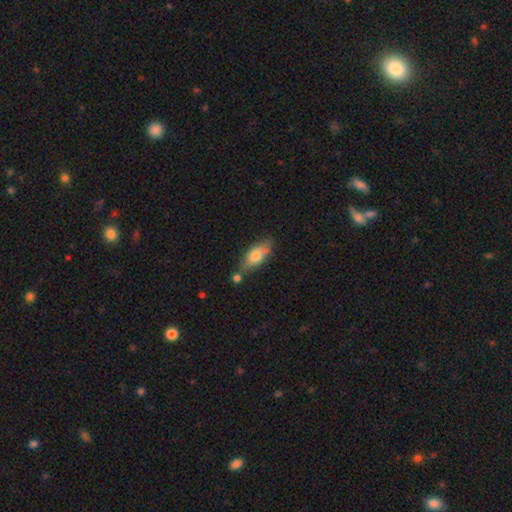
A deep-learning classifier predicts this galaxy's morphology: Smooth or featured? Predicted: smooth (p=0.71). How rounded? Predicted: in between (p=0.76). Merging? Predicted: none (p=0.62).